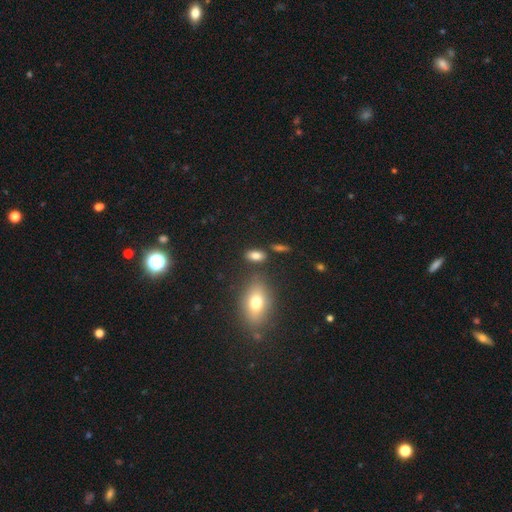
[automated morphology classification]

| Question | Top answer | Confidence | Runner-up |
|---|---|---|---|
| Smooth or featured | smooth | 80% | star or artifact (11%) |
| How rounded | in between | 85% | round (8%) |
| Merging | none | 79% | minor disturbance (11%) |